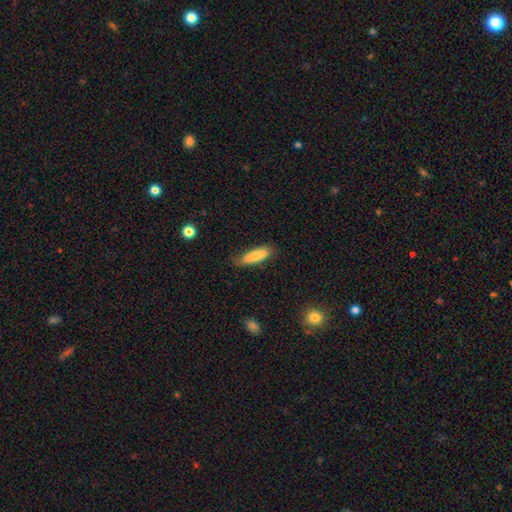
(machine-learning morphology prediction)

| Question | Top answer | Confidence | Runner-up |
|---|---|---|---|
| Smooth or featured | smooth | 75% | featured or disk (19%) |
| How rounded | cigar-shaped | 56% | in between (42%) |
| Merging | none | 72% | minor disturbance (21%) |